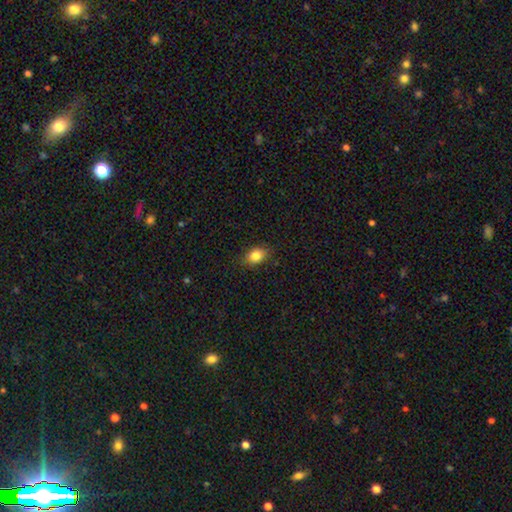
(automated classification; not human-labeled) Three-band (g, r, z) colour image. It shows a smooth galaxy with no disk features (83%) that is in between round and cigar-shaped (71%). Merging: none (85%).